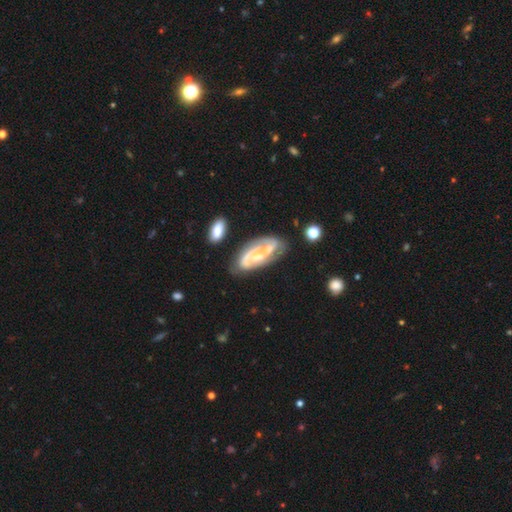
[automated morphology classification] Q: Smooth or featured?
A: featured or disk (78%); runner-up: smooth (16%)
Q: Edge-on disk?
A: no (93%); runner-up: yes (7%)
Q: Bar?
A: no (42%); runner-up: weak (40%)
Q: Spiral arms?
A: yes (90%); runner-up: no (10%)
Q: Spiral winding?
A: medium (47%); runner-up: tight (28%)
Q: Spiral arm count?
A: 2 (71%); runner-up: can't tell (15%)
Q: Bulge size?
A: small (42%); runner-up: moderate (36%)
Q: Merging?
A: none (63%); runner-up: minor disturbance (21%)